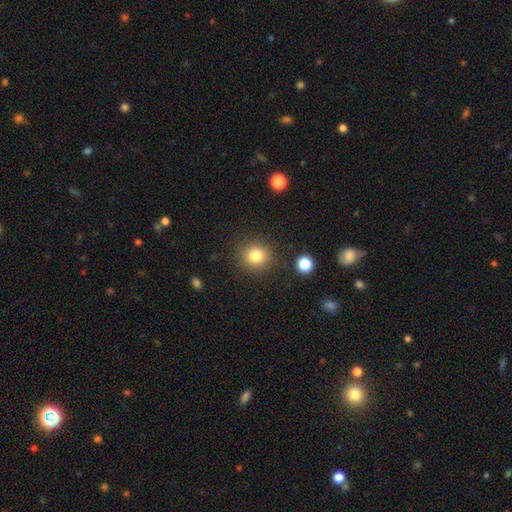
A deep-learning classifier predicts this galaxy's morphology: Smooth or featured: smooth — 82% (star or artifact — 11%)
How rounded: round — 88% (in between — 11%)
Merging: none — 86% (minor disturbance — 8%)